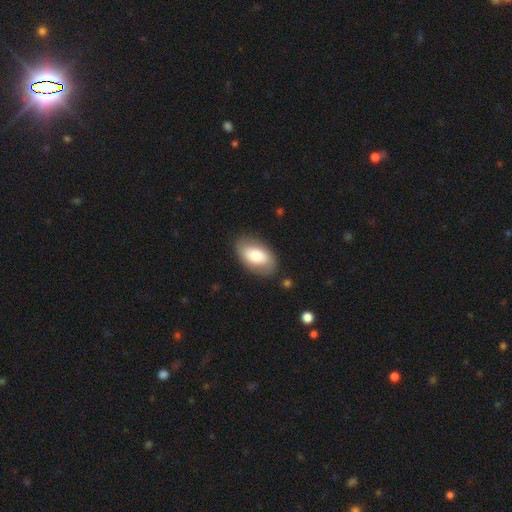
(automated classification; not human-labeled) Smooth or featured?
  - smooth: 67% *
  - featured or disk: 27%
  - star or artifact: 6%
How rounded?
  - in between: 93% *
  - round: 6%
  - cigar-shaped: 2%
Merging?
  - none: 80% *
  - minor disturbance: 14%
  - major disturbance: 4%
  - merger: 2%